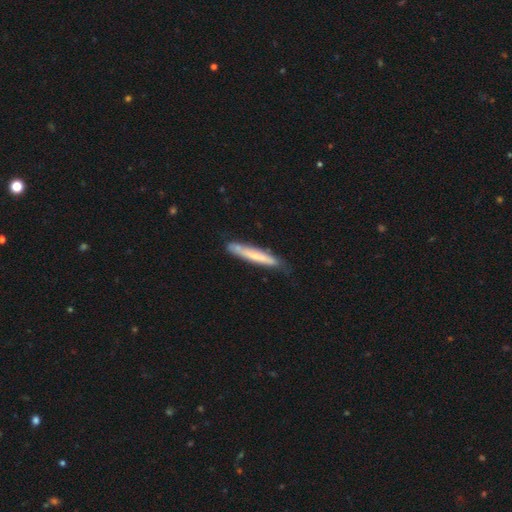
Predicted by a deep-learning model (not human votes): This appears to be a smooth galaxy with no disk features (55%) that is cigar-shaped (93%). Merging: none (72%).